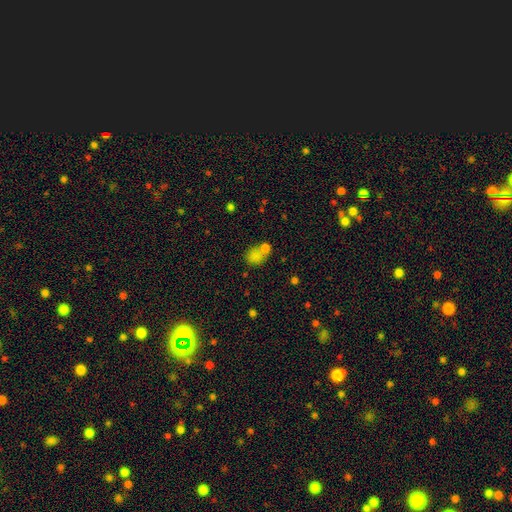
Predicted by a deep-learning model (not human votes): Morphology: type=smooth (78%); roundness=round (61%); merging=none (45%).